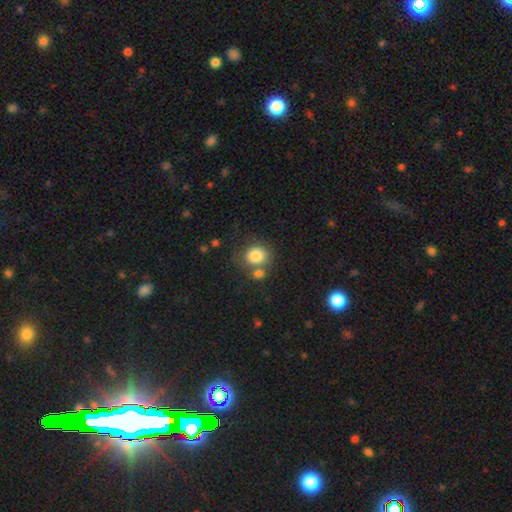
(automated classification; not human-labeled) Morphology: type=smooth (83%); roundness=round (72%); merging=none (60%).